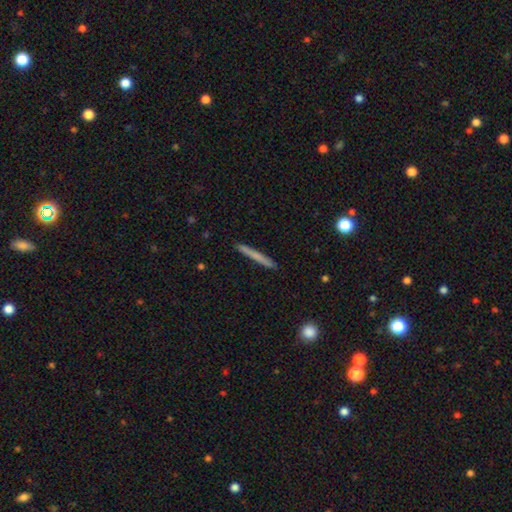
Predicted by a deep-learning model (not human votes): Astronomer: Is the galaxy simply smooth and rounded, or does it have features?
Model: smooth — 63%.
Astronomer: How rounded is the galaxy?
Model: cigar-shaped — 96%.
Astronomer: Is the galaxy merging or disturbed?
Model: none — 92%.